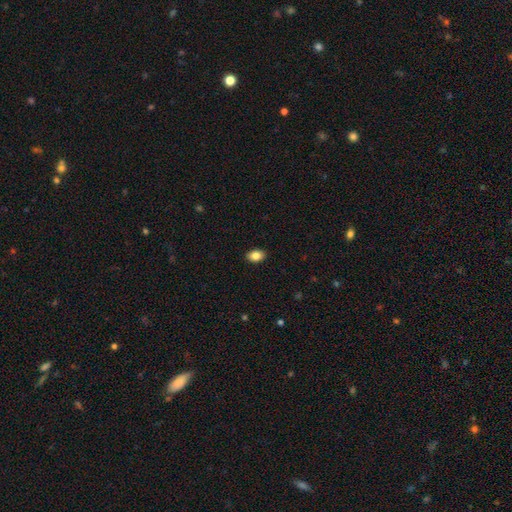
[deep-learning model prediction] Smooth or featured? Predicted: smooth (p=0.85). How rounded? Predicted: in between (p=0.83). Merging? Predicted: none (p=0.90).